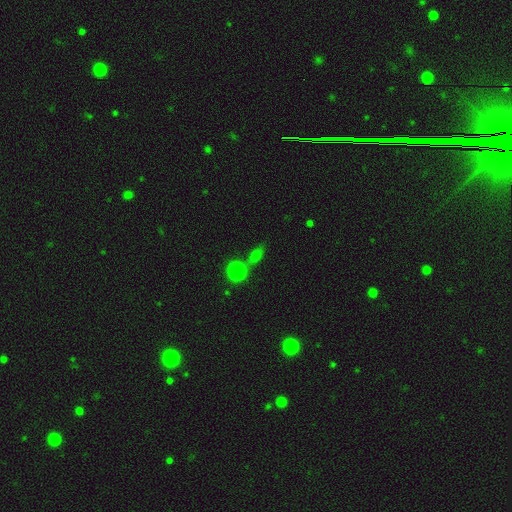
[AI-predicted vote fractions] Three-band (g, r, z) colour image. It shows a smooth galaxy with no disk features (61%) that is in between round and cigar-shaped (51%). Merging: none (59%).